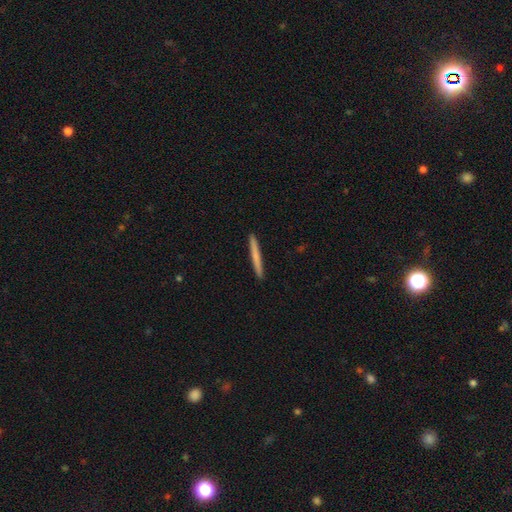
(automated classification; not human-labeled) Overall: smooth (66%; featured or disk 28%). How rounded: cigar-shaped (97%). Merging: none (93%).